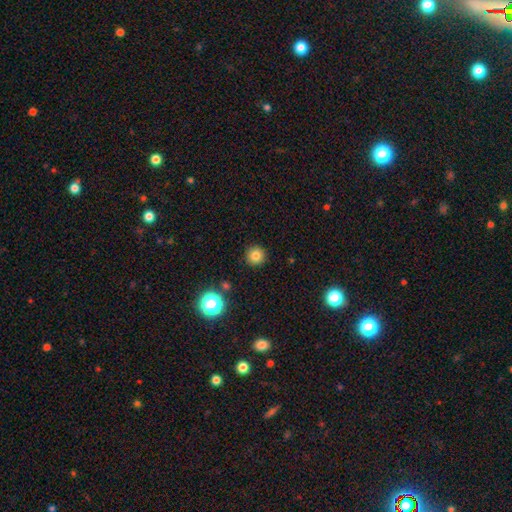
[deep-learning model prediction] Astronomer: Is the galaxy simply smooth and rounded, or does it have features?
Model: smooth — 80%.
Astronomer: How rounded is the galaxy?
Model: round — 95%.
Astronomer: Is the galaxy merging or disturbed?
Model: none — 91%.